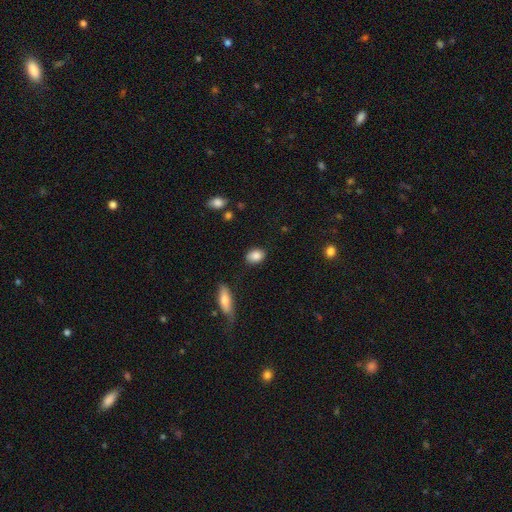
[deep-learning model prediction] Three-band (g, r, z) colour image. It shows a smooth galaxy with no disk features (85%) that is in between round and cigar-shaped (74%). Merging: none (83%).